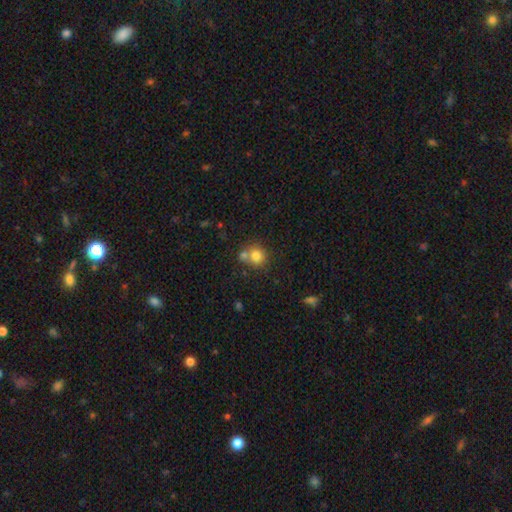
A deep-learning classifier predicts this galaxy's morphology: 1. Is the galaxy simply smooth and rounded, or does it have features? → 80% smooth, 11% star or artifact, 9% featured or disk.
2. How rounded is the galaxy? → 83% round, 16% in between, 1% cigar-shaped.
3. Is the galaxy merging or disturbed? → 52% none, 36% merger, 9% minor disturbance, 3% major disturbance.